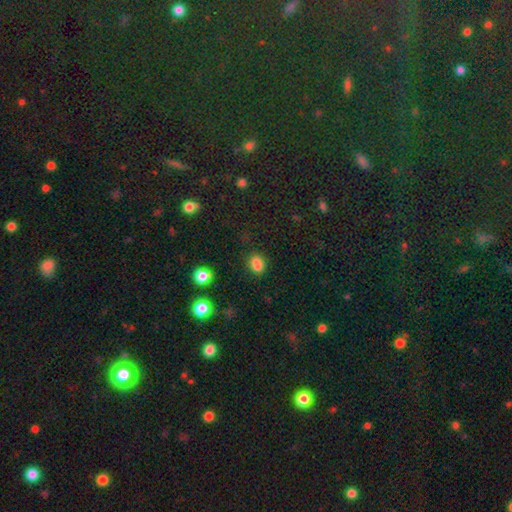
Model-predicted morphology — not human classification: A star or artifact, not a galaxy (52%).